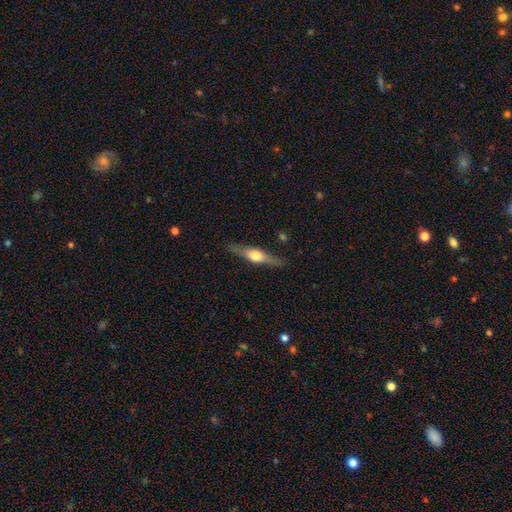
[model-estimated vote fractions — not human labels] This appears to be a featured or disk galaxy (67%) viewed edge-on (96%) with a rounded central bulge (92%). Merging: none (86%).